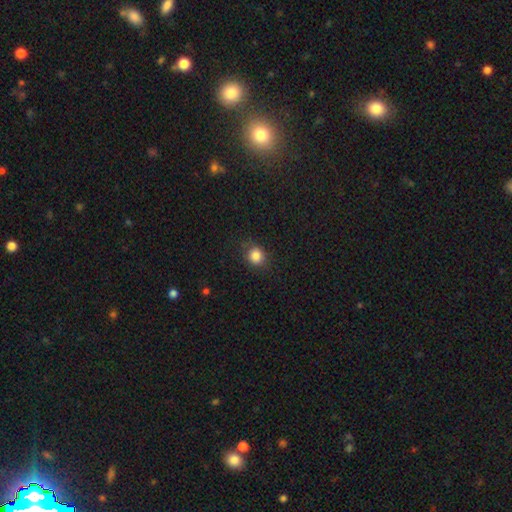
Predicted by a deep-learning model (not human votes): Smooth or featured? smooth (84%)
How rounded? round (81%)
Merging? none (82%)